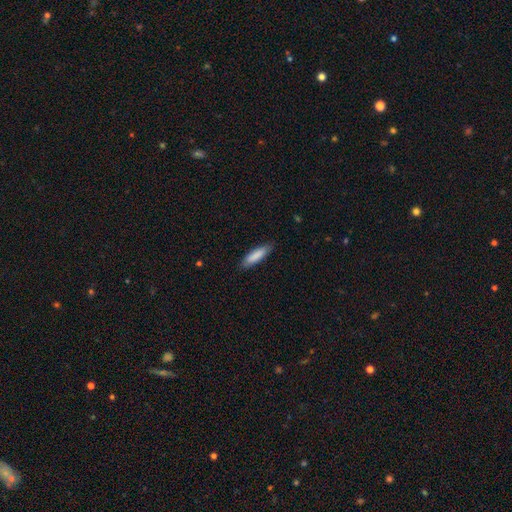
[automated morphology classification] type=smooth (85%); roundness=cigar-shaped (66%); merging=none (85%).